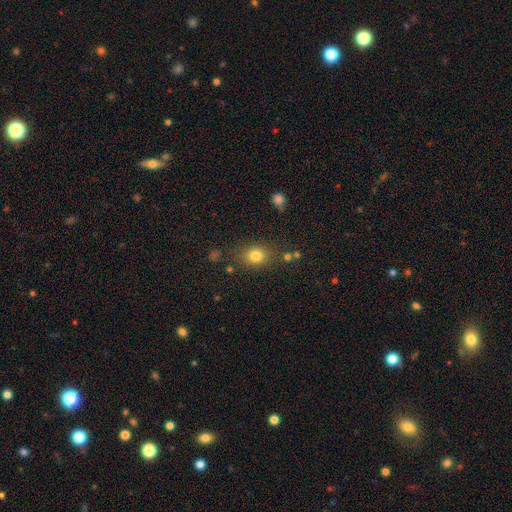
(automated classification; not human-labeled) smooth_or_featured: smooth (p=0.79) [alt: star or artifact p=0.13]
how_rounded: round (p=0.53) [alt: in between p=0.45]
merging: none (p=0.78) [alt: minor disturbance p=0.13]